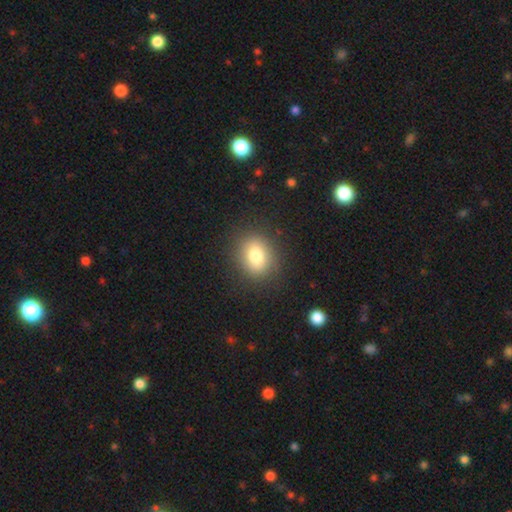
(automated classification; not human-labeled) smooth 79%, featured or disk 11%, star or artifact 11%. Down the decision tree: how rounded — round (51%); merging — none (86%).